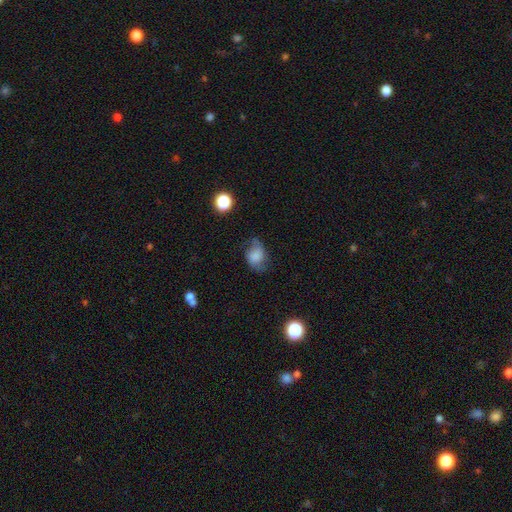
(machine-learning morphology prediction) Smooth or featured? smooth (56%)
How rounded? in between (60%)
Merging? none (46%)